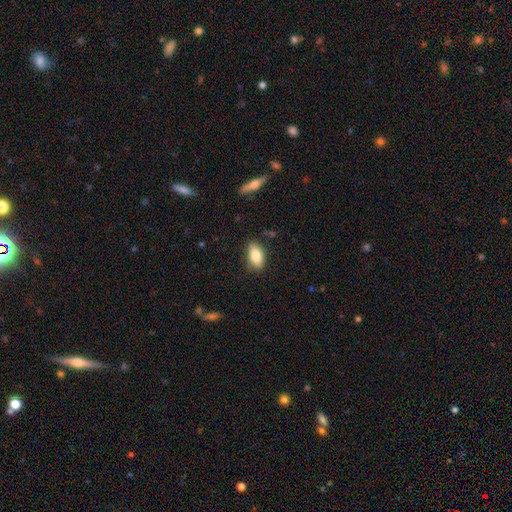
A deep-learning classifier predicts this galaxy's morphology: Smooth or featured? smooth (80%)
How rounded? in between (89%)
Merging? none (83%)